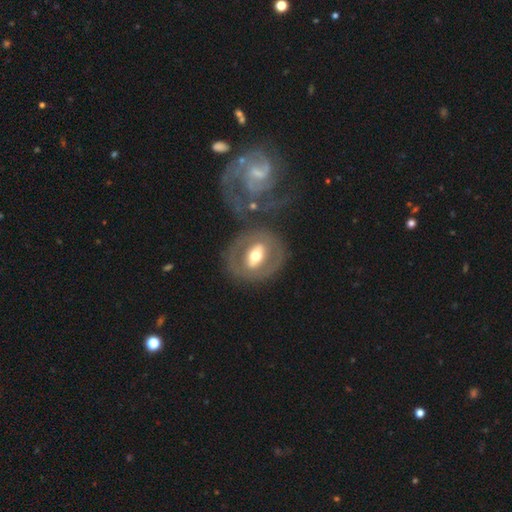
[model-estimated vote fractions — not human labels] The model was most divided on "bar": strong: 45%, no: 28%, weak: 27%. More confident: edge-on disk — no (92%); spiral arms — no (75%); merging — none (68%); bulge size — moderate (67%); smooth or featured — featured or disk (63%).